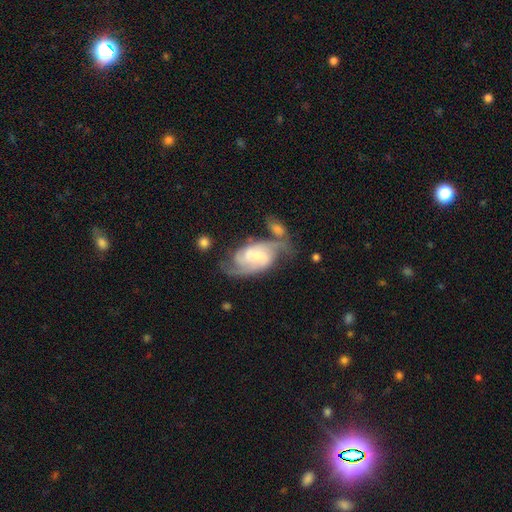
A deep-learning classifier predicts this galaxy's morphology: featured or disk 82%, smooth 12%, star or artifact 6%. Down the decision tree: edge-on disk — no (96%); bar — weak (43%, tied with no); spiral arms — yes (95%); spiral arm count — 2 (71%); spiral winding — medium (48%); bulge size — small (54%); merging — none (47%).